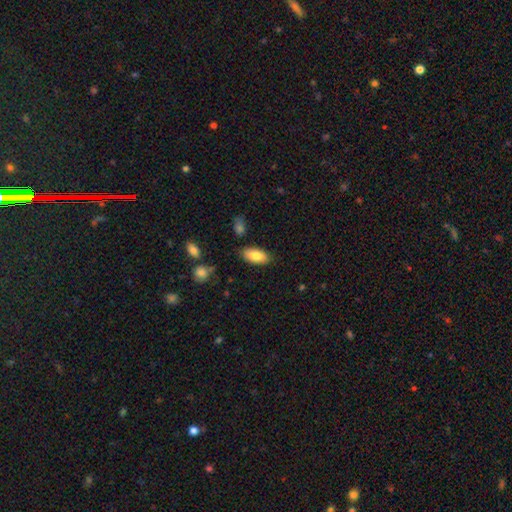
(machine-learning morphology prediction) Q: Smooth or featured?
A: smooth (84%); runner-up: featured or disk (10%)
Q: How rounded?
A: in between (91%); runner-up: cigar-shaped (7%)
Q: Merging?
A: none (84%); runner-up: minor disturbance (11%)